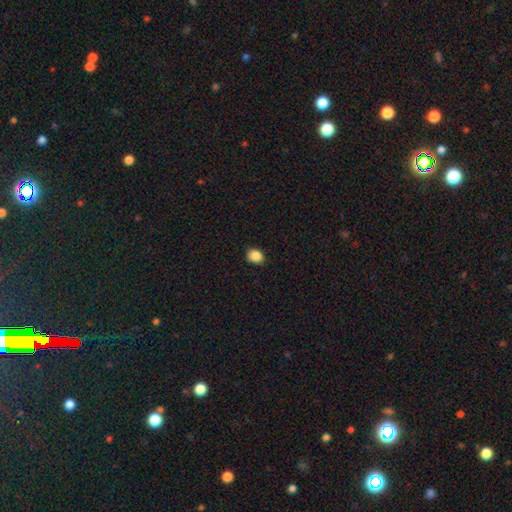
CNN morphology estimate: A smooth galaxy with no disk features (88%) that is in between round and cigar-shaped (54%). Merging: none (86%).